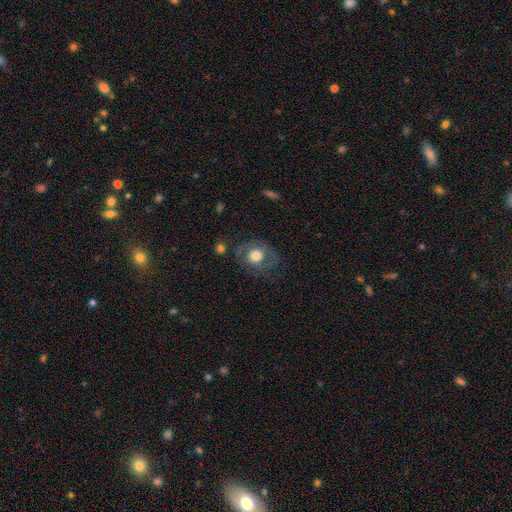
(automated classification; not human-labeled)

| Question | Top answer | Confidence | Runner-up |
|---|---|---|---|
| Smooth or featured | smooth | 52% | featured or disk (40%) |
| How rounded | round | 66% | in between (33%) |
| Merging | none | 68% | minor disturbance (18%) |